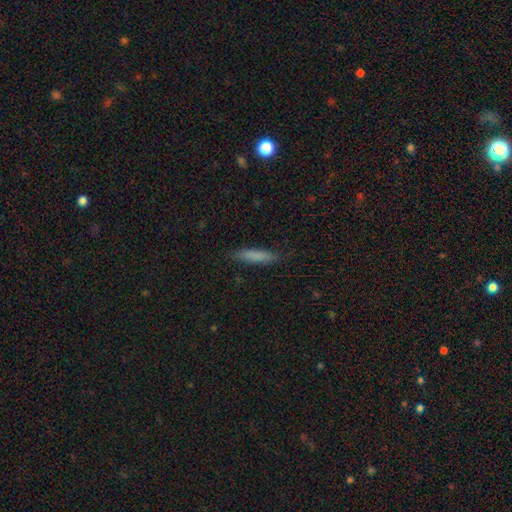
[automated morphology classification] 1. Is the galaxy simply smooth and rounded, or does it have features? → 80% smooth, 13% featured or disk, 7% star or artifact.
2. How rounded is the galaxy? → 83% cigar-shaped, 15% in between, 1% round.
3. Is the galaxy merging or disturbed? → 84% none, 12% minor disturbance, 2% major disturbance, 1% merger.